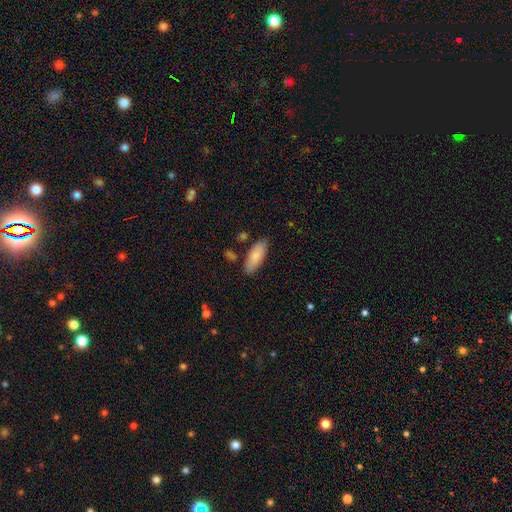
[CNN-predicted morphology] type=smooth (85%); roundness=in between (77%); merging=none (81%).